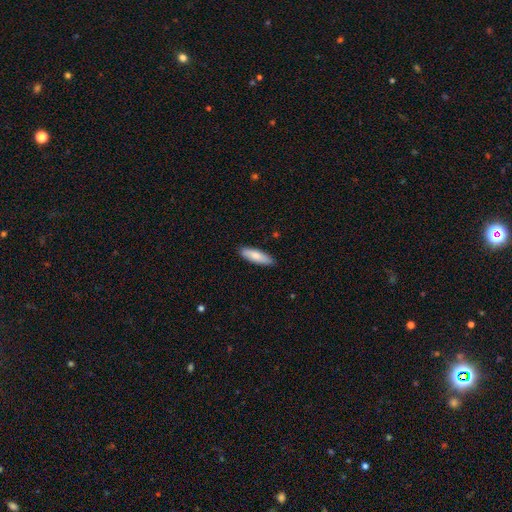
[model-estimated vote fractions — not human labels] The model was most divided on "how rounded": cigar-shaped: 54%, in between: 45%, round: 2%. More confident: merging — none (88%); smooth or featured — smooth (81%).